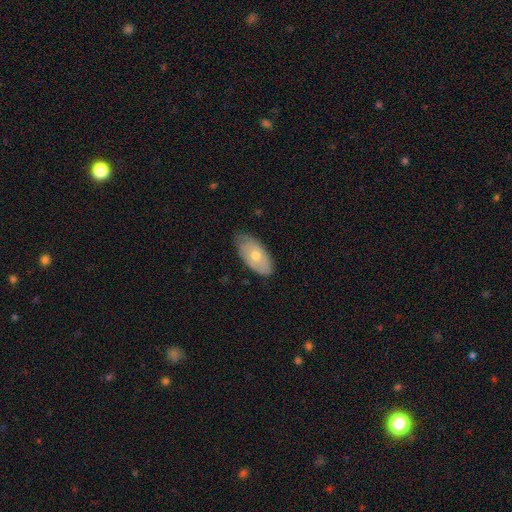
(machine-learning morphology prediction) Smooth or featured? Predicted: smooth (p=0.59). How rounded? Predicted: in between (p=0.92). Merging? Predicted: none (p=0.75).